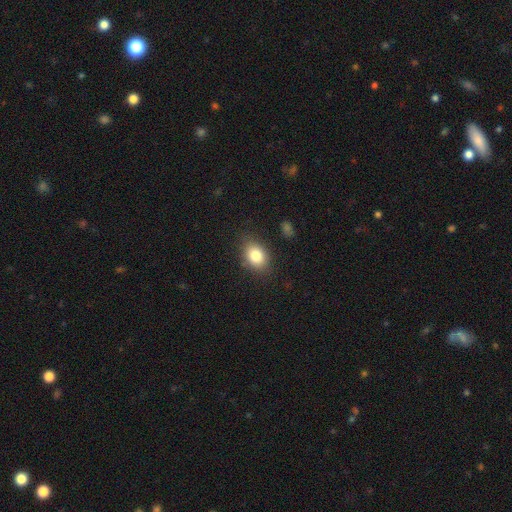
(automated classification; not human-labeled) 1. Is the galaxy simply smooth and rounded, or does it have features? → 82% smooth, 9% star or artifact, 9% featured or disk.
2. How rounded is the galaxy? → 73% in between, 26% round, 1% cigar-shaped.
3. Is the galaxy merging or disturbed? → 82% none, 13% minor disturbance, 3% major disturbance, 1% merger.